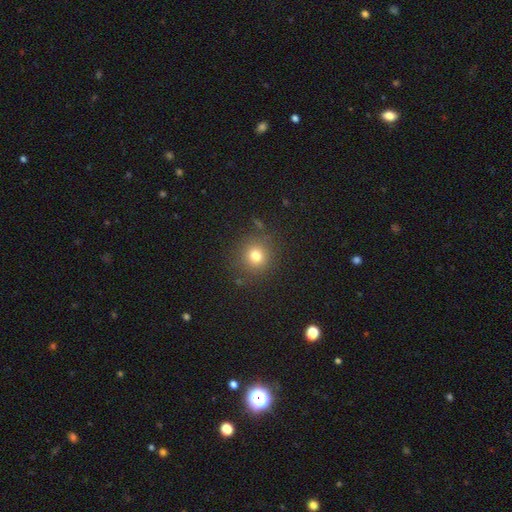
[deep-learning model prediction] Smooth or featured? Predicted: smooth (p=0.76). How rounded? Predicted: round (p=0.91). Merging? Predicted: none (p=0.86).